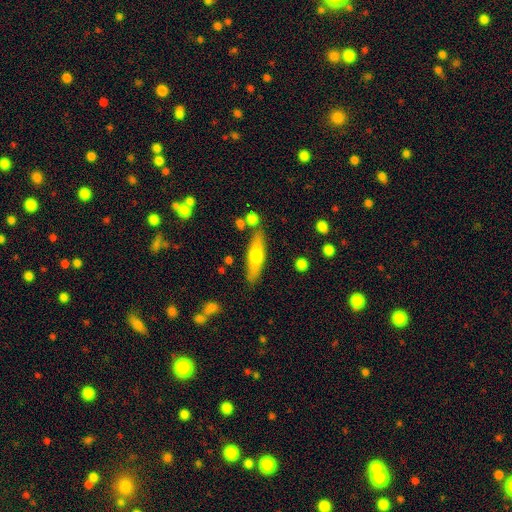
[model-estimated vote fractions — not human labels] Q: Smooth or featured?
A: smooth (55%); runner-up: featured or disk (39%)
Q: How rounded?
A: cigar-shaped (64%); runner-up: in between (33%)
Q: Merging?
A: none (79%); runner-up: minor disturbance (12%)